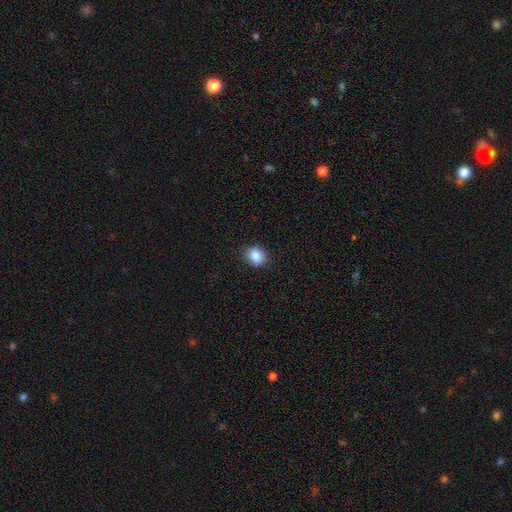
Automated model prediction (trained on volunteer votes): Q: Smooth or featured?
A: smooth (86%); runner-up: star or artifact (9%)
Q: How rounded?
A: round (73%); runner-up: in between (26%)
Q: Merging?
A: none (88%); runner-up: minor disturbance (9%)